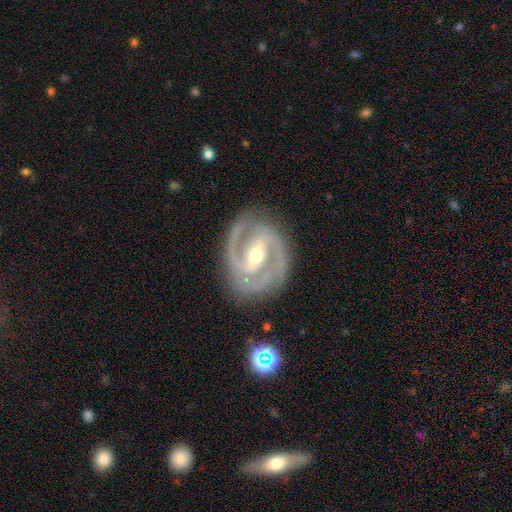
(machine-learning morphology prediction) This is clearly a featured or disk galaxy (92%). It is clearly not viewed edge-on (97%). Bar: possibly strong (53%). Spiral arm pattern: clearly yes (98%). Spiral arm count: clearly 2 (86%). Spiral winding: possibly medium (48%). Central bulge: possibly moderate (54%). Merging: clearly none (83%).